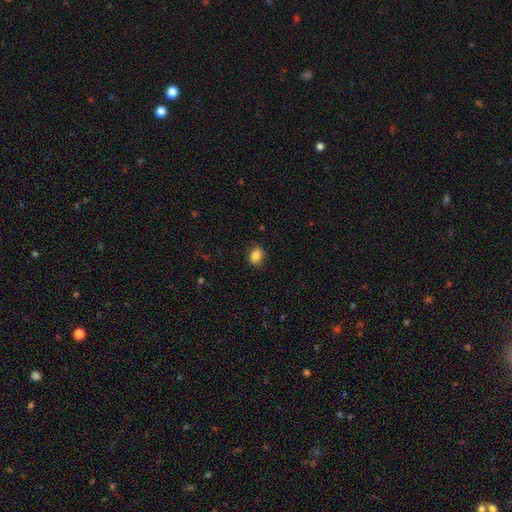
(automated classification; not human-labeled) Smooth or featured? smooth (85%)
How rounded? in between (59%)
Merging? none (87%)